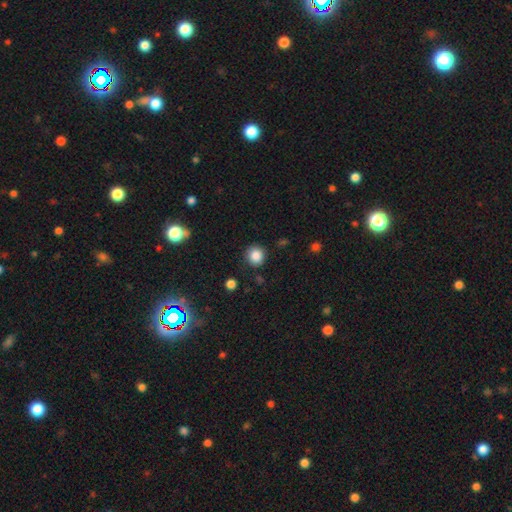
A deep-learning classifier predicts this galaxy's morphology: Smooth or featured? smooth (85%)
How rounded? round (88%)
Merging? none (85%)